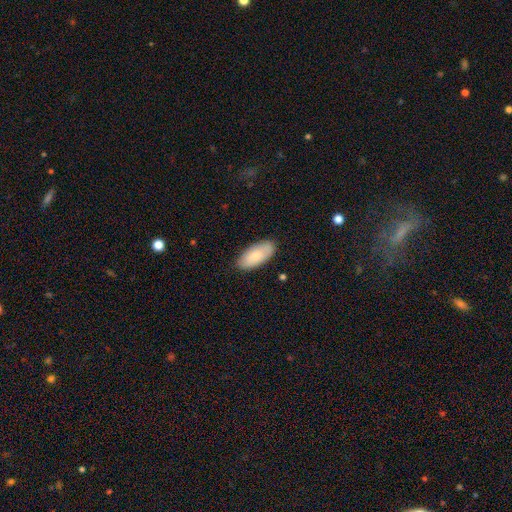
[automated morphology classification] Q: Smooth or featured?
A: smooth (82%); runner-up: featured or disk (13%)
Q: How rounded?
A: in between (92%); runner-up: cigar-shaped (7%)
Q: Merging?
A: none (84%); runner-up: minor disturbance (13%)